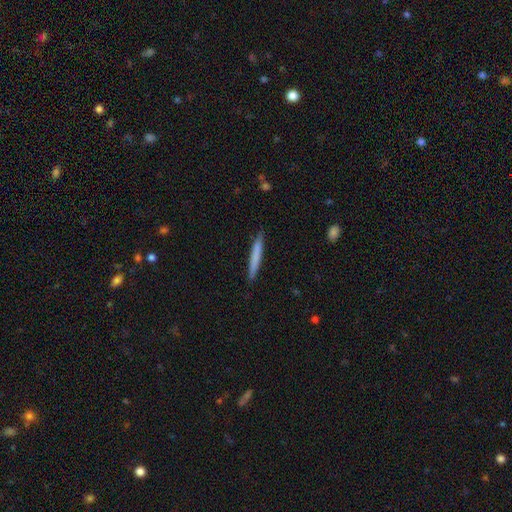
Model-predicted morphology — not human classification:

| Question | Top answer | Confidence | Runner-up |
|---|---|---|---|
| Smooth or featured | smooth | 72% | featured or disk (22%) |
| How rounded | cigar-shaped | 96% | in between (2%) |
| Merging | none | 89% | minor disturbance (8%) |